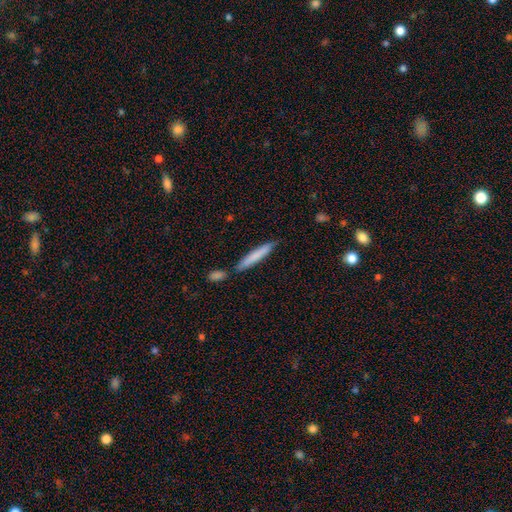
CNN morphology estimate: Smooth or featured?
  - smooth: 75% *
  - featured or disk: 19%
  - star or artifact: 6%
How rounded?
  - cigar-shaped: 94% *
  - in between: 5%
  - round: 1%
Merging?
  - none: 76% *
  - minor disturbance: 12%
  - merger: 10%
  - major disturbance: 3%